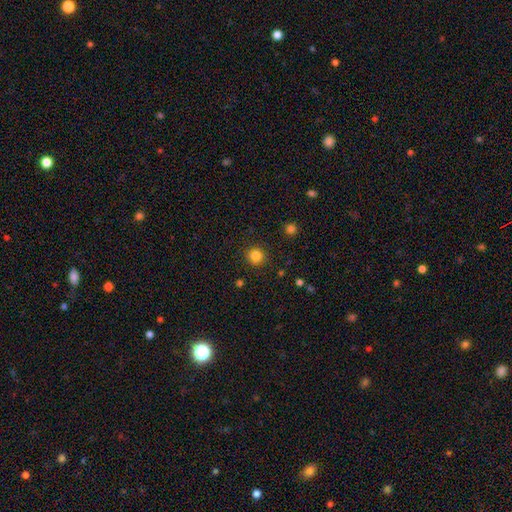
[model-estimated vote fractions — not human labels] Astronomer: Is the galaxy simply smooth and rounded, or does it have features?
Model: smooth — 84%.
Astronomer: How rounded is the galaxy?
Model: round — 93%.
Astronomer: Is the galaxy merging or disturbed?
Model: none — 91%.